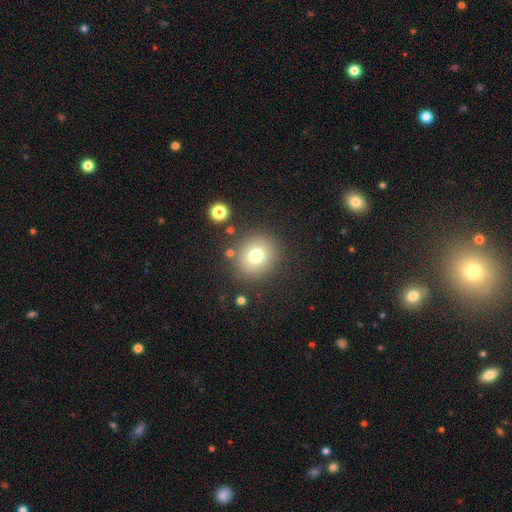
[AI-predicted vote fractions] Smooth or featured? Predicted: smooth (p=0.75). How rounded? Predicted: round (p=0.86). Merging? Predicted: none (p=0.85).